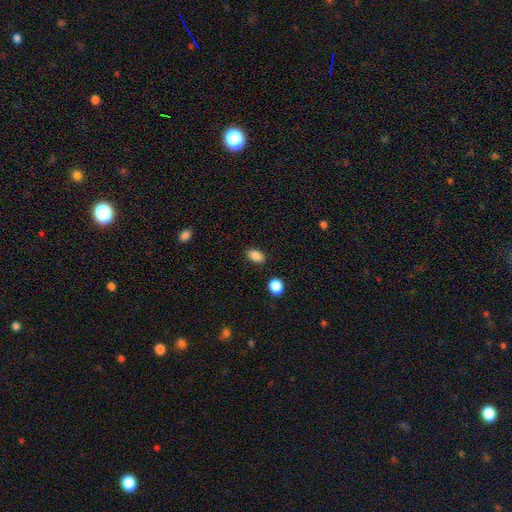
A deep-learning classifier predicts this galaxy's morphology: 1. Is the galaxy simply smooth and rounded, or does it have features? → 87% smooth, 9% star or artifact, 5% featured or disk.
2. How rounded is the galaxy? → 87% in between, 11% round, 2% cigar-shaped.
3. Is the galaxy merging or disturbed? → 85% none, 10% minor disturbance, 3% merger, 2% major disturbance.